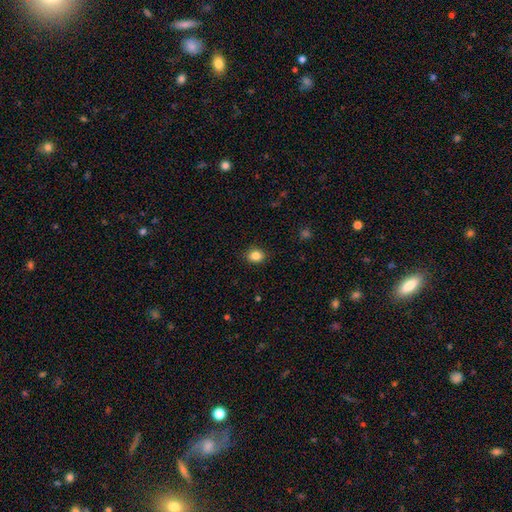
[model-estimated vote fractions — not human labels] smooth_or_featured: smooth (p=0.85) [alt: star or artifact p=0.10]
how_rounded: round (p=0.54) [alt: in between p=0.45]
merging: none (p=0.88) [alt: minor disturbance p=0.09]